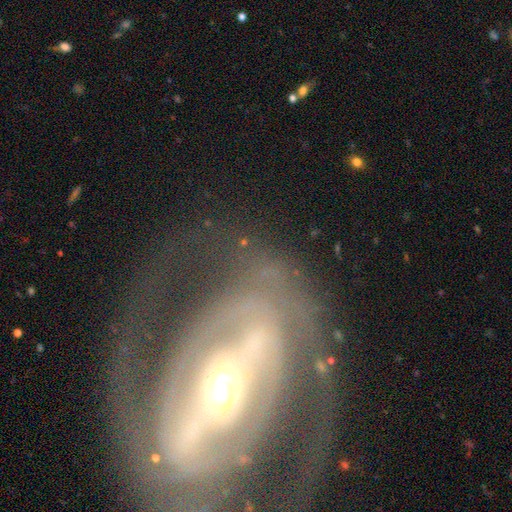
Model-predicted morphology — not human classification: Q: Smooth or featured?
A: featured or disk (85%); runner-up: smooth (9%)
Q: Edge-on disk?
A: no (92%); runner-up: yes (8%)
Q: Bar?
A: strong (57%); runner-up: weak (23%)
Q: Spiral arms?
A: yes (72%); runner-up: no (28%)
Q: Spiral winding?
A: tight (53%); runner-up: medium (33%)
Q: Spiral arm count?
A: 2 (57%); runner-up: can't tell (25%)
Q: Bulge size?
A: moderate (60%); runner-up: small (24%)
Q: Merging?
A: none (70%); runner-up: major disturbance (15%)